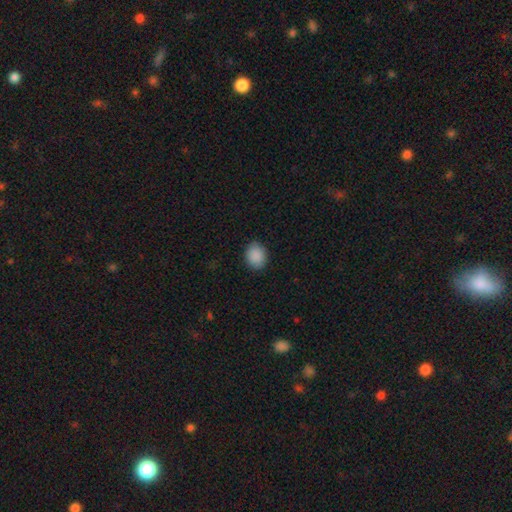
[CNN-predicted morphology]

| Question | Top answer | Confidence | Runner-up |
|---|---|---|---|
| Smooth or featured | smooth | 89% | star or artifact (8%) |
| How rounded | round | 52% | in between (47%) |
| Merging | none | 88% | minor disturbance (9%) |